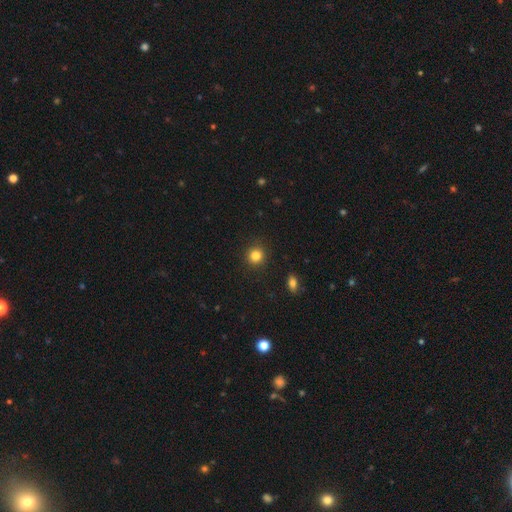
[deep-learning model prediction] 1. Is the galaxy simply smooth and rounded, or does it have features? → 83% smooth, 12% star or artifact, 5% featured or disk.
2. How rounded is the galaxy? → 91% round, 8% in between, 1% cigar-shaped.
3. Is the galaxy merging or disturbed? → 91% none, 6% minor disturbance, 2% major disturbance, 1% merger.